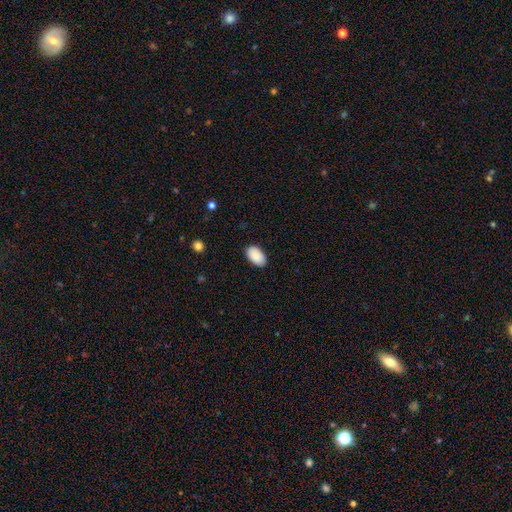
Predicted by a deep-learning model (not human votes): Morphology: type=smooth (90%); roundness=in between (95%); merging=none (88%).